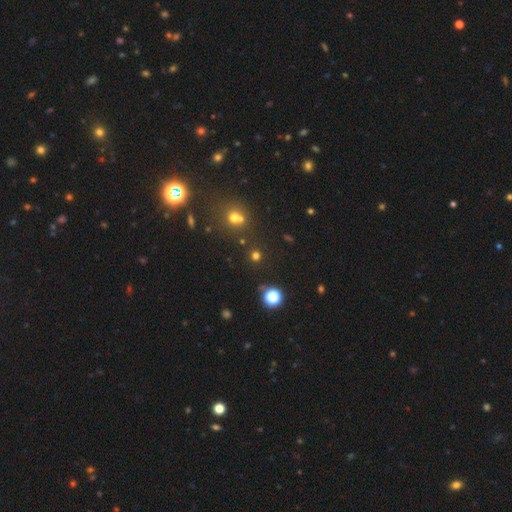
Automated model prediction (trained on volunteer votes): A smooth galaxy with no disk features (65%) that is round (92%). Merging: none (81%).